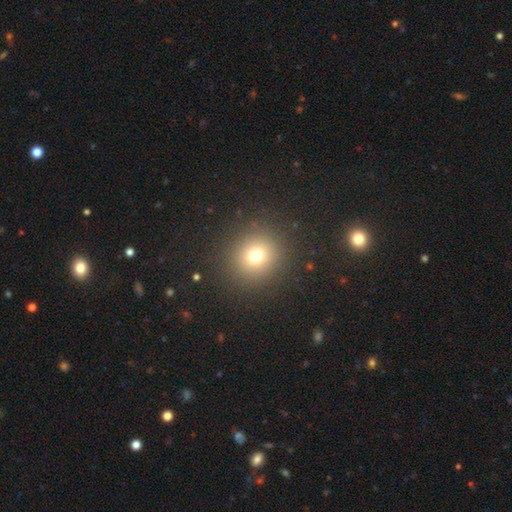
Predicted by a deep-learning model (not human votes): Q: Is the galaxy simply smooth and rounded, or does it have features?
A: smooth — 72%.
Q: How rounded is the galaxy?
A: round — 89%.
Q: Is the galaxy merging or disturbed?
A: none — 89%.